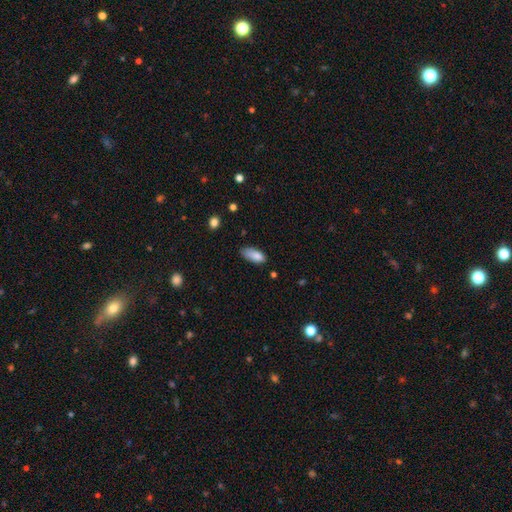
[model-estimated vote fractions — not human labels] Smooth or featured? Predicted: smooth (p=0.85). How rounded? Predicted: in between (p=0.83). Merging? Predicted: none (p=0.56).